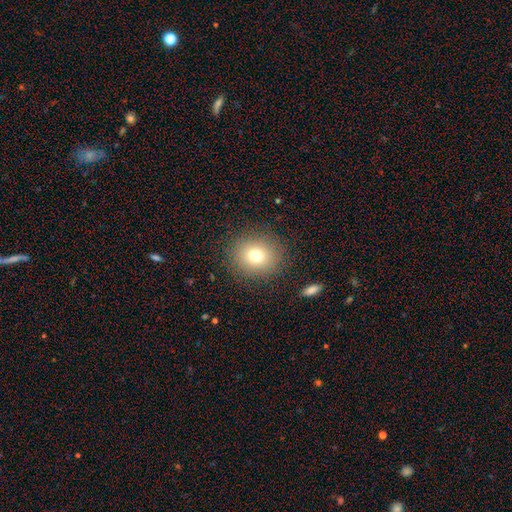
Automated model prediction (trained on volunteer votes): smooth_or_featured: smooth (p=0.74) [alt: star or artifact p=0.14]
how_rounded: round (p=0.81) [alt: in between p=0.18]
merging: none (p=0.87) [alt: minor disturbance p=0.08]